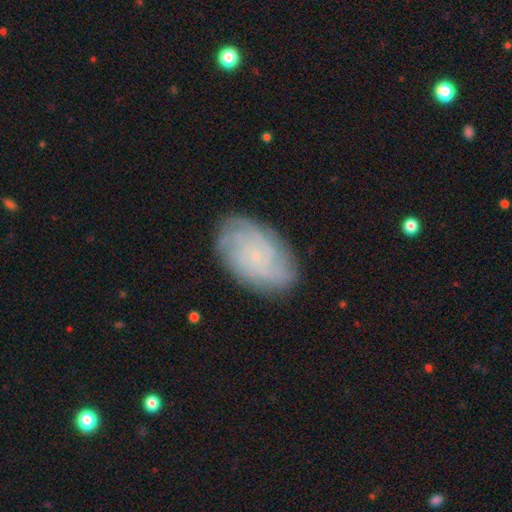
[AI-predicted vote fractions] smooth_or_featured: featured or disk (p=0.67) [alt: smooth p=0.25]
disk_edge_on: no (p=0.96) [alt: yes p=0.04]
bar: no (p=0.80) [alt: weak p=0.17]
has_spiral_arms: yes (p=0.93) [alt: no p=0.07]
spiral_winding: tight (p=0.70) [alt: medium p=0.23]
spiral_arm_count: can't tell (p=0.40) [alt: 4 p=0.20]
bulge_size: small (p=0.82) [alt: none p=0.08]
merging: none (p=0.82) [alt: minor disturbance p=0.13]